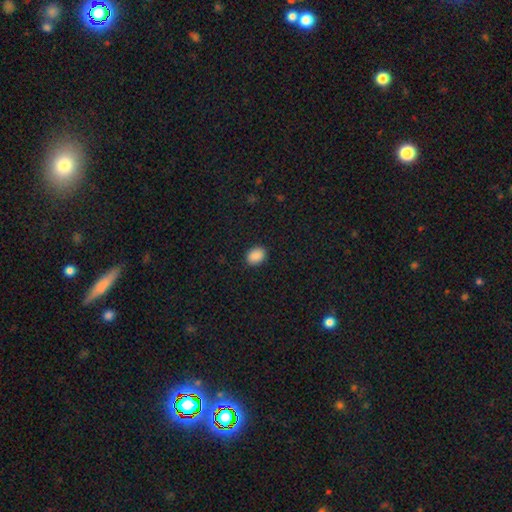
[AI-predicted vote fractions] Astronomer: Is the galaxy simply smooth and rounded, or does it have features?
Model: smooth — 89%.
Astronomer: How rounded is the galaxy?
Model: in between — 66%.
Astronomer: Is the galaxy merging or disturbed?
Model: none — 90%.